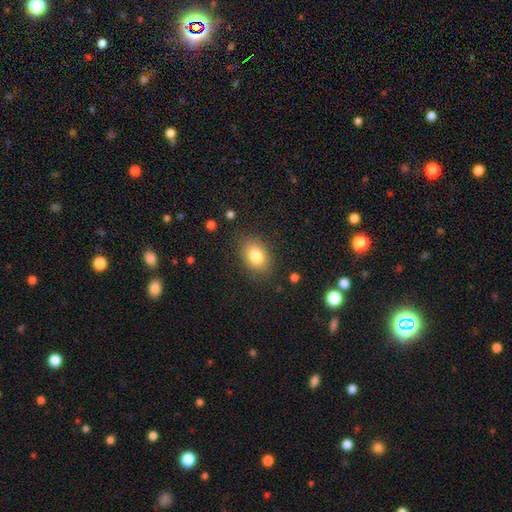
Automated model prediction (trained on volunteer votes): Q: Smooth or featured?
A: smooth (81%); runner-up: featured or disk (9%)
Q: How rounded?
A: in between (72%); runner-up: round (27%)
Q: Merging?
A: none (84%); runner-up: minor disturbance (11%)